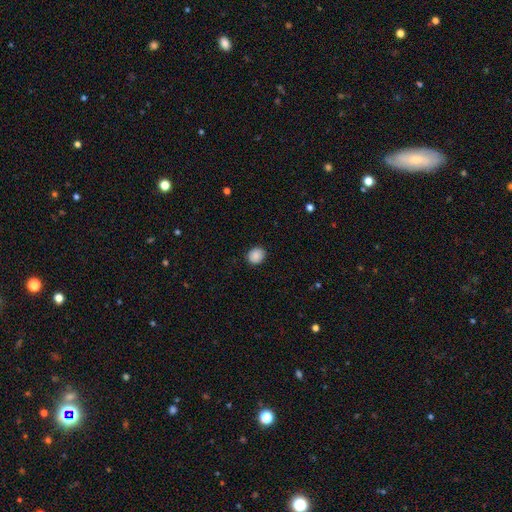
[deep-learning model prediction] Q: Smooth or featured?
A: smooth (88%); runner-up: star or artifact (8%)
Q: How rounded?
A: round (71%); runner-up: in between (28%)
Q: Merging?
A: none (88%); runner-up: minor disturbance (9%)